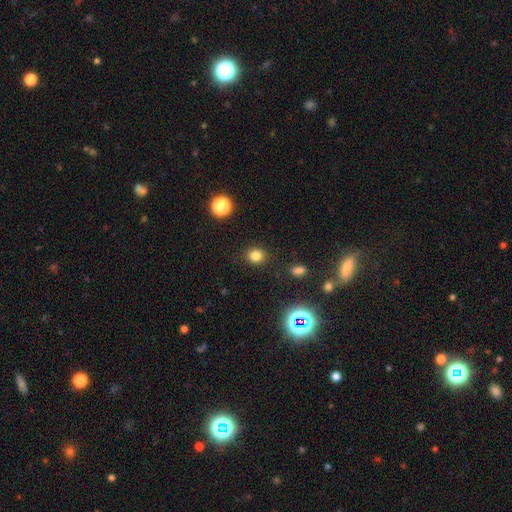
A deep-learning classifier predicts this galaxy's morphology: smooth_or_featured: smooth (p=0.80) [alt: star or artifact p=0.15]
how_rounded: round (p=0.77) [alt: in between p=0.22]
merging: none (p=0.88) [alt: minor disturbance p=0.07]